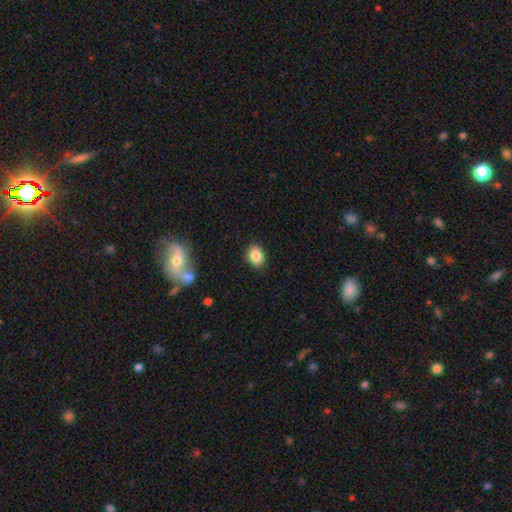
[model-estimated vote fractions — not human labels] Smooth or featured?
  - smooth: 86% *
  - star or artifact: 9%
  - featured or disk: 5%
How rounded?
  - in between: 70% *
  - round: 29%
  - cigar-shaped: 1%
Merging?
  - none: 87% *
  - minor disturbance: 9%
  - major disturbance: 2%
  - merger: 1%